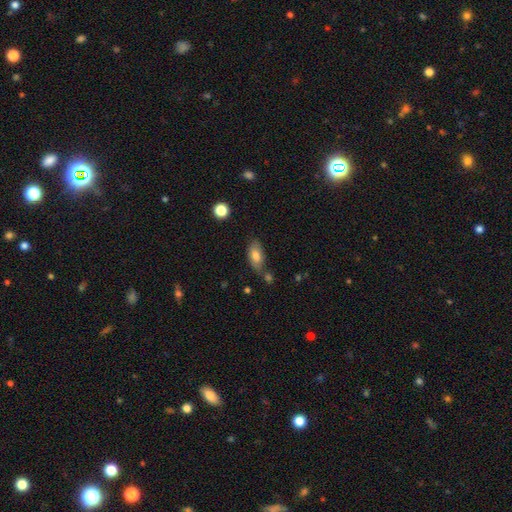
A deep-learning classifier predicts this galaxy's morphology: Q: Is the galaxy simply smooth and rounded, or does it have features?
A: smooth — 76%.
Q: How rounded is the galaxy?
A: in between — 88%.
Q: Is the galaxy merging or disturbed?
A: none — 63%.